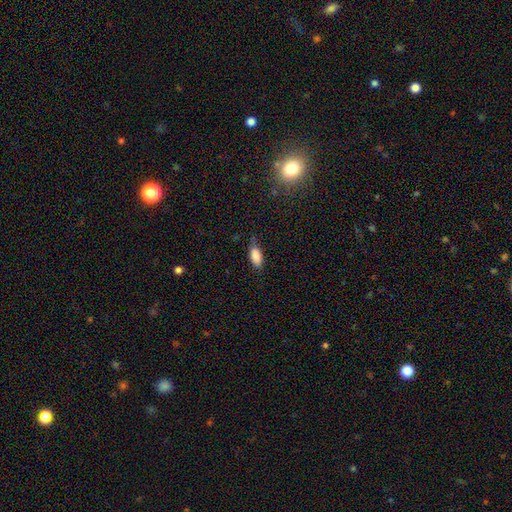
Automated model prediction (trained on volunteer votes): The model was most divided on "merging": none: 68%, minor disturbance: 25%, major disturbance: 5%, merger: 2%. More confident: how rounded — in between (87%); smooth or featured — smooth (86%).